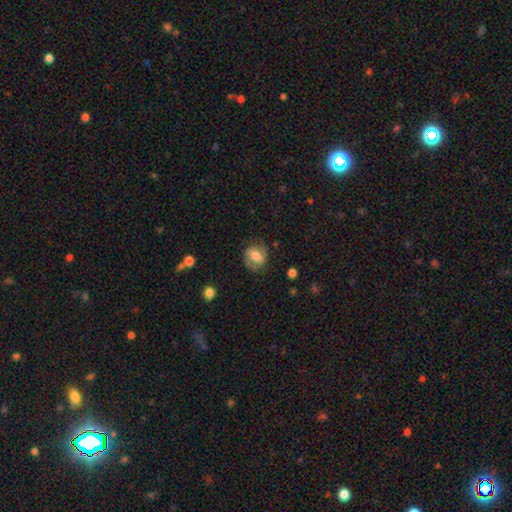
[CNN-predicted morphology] This appears to be a featured or disk galaxy (53%) with a weak bar (41%), spiral arms (82%) and a moderate central bulge (63%). Merging: none (71%).